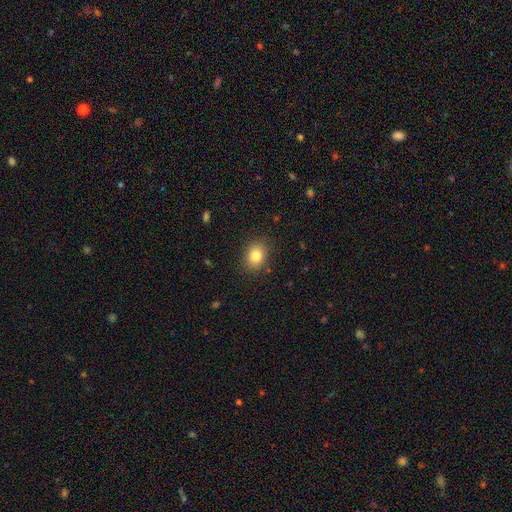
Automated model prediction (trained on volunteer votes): Q: Smooth or featured?
A: smooth (83%); runner-up: star or artifact (11%)
Q: How rounded?
A: round (51%); runner-up: in between (48%)
Q: Merging?
A: none (86%); runner-up: minor disturbance (10%)